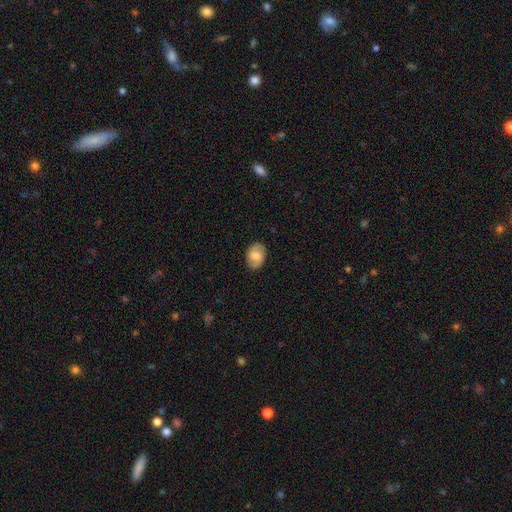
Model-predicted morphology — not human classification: A smooth galaxy with no disk features (54%) that is in between round and cigar-shaped (77%).

Vote fractions:
- Smooth or featured? smooth: 54% / featured or disk: 38% / star or artifact: 8%
- How rounded? in between: 77% / round: 22% / cigar-shaped: 1%
- Merging? none: 84% / minor disturbance: 12% / major disturbance: 3% / merger: 1%